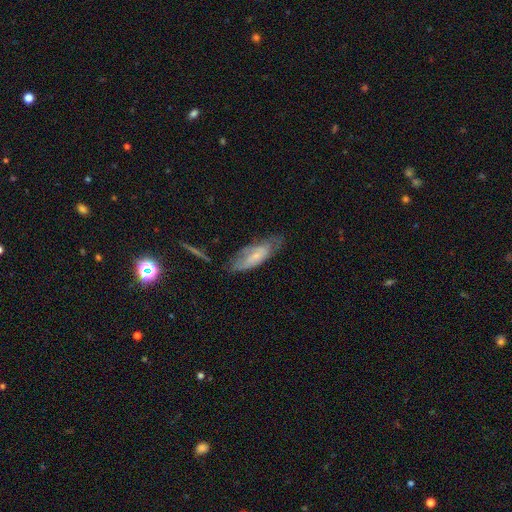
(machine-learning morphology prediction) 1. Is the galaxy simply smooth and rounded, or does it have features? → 47% smooth, 45% featured or disk, 7% star or artifact.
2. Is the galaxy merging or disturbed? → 53% none, 30% minor disturbance, 14% major disturbance, 4% merger.